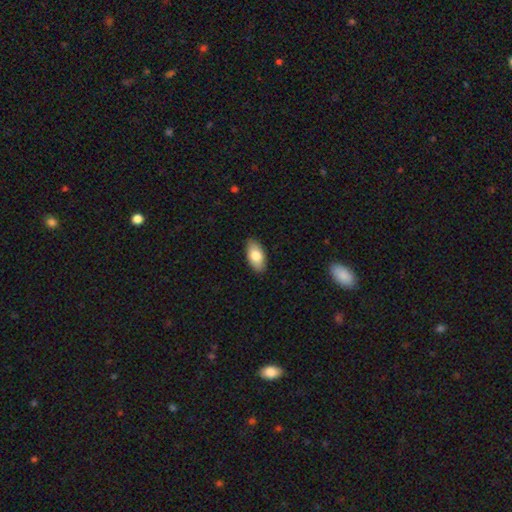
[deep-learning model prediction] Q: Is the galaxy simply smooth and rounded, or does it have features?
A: smooth — 80%.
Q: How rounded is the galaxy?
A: in between — 93%.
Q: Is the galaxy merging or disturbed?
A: none — 89%.